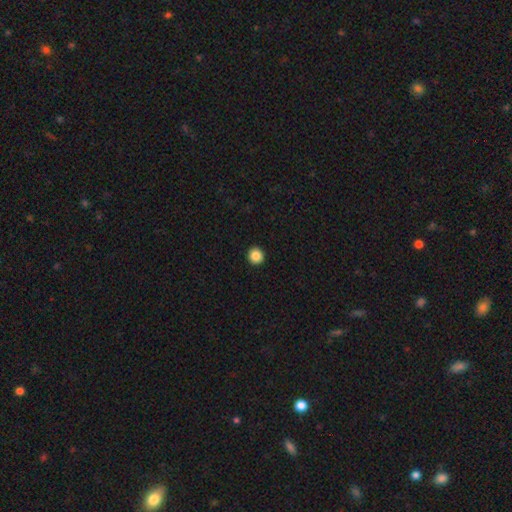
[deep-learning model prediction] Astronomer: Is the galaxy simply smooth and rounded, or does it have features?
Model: smooth — 87%.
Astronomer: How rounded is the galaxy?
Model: round — 95%.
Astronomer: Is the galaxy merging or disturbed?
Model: none — 94%.